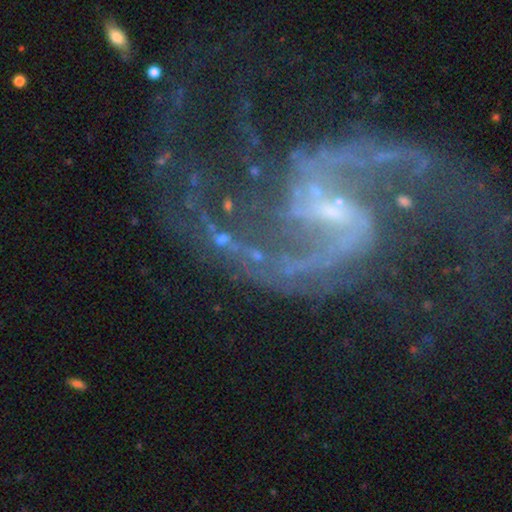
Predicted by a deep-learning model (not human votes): Smooth or featured? featured or disk (67%)
Edge-on disk? no (95%)
Bar? no (41%)
Spiral arms? yes (77%)
Bulge size? small (46%)
Merging? none (51%)